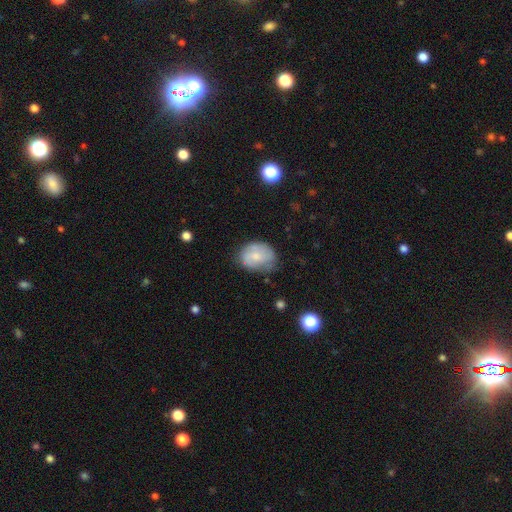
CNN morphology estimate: smooth-or-featured: smooth: 56% | featured or disk: 36% | star or artifact: 8%
  how-rounded: in between: 59% | round: 40% | cigar-shaped: 1%
  merging: none: 60% | minor disturbance: 29% | major disturbance: 9% | merger: 2%